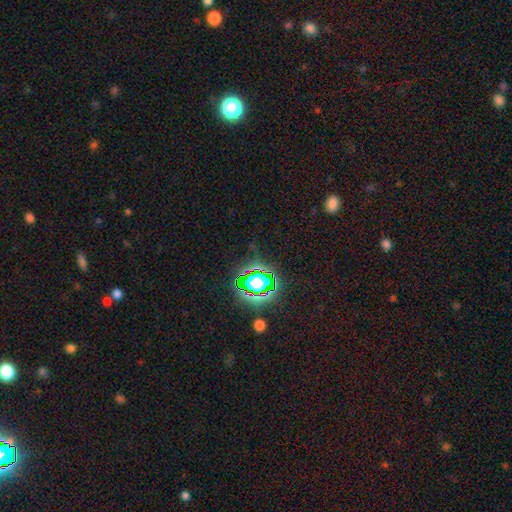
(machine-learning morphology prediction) A star or artifact, not a galaxy (77%).

Vote fractions:
- Smooth or featured? star or artifact: 77% / smooth: 16% / featured or disk: 8%